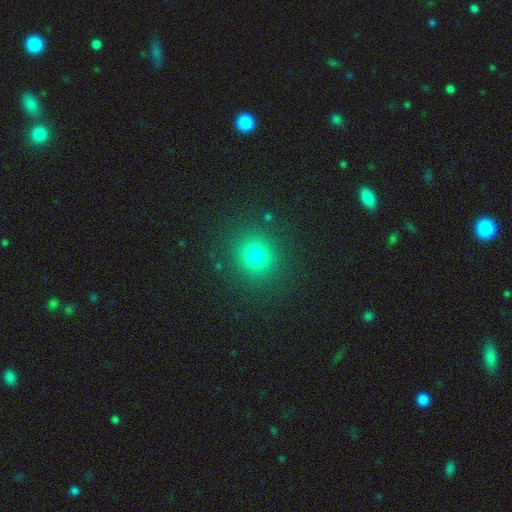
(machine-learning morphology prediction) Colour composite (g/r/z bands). It shows a smooth galaxy with no disk features (76%) that is round (89%). Merging: none (89%).